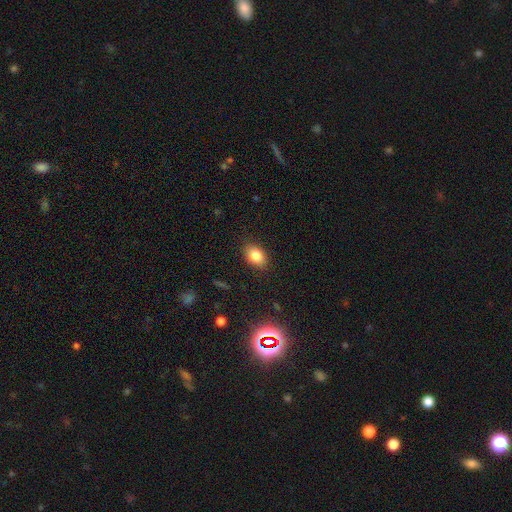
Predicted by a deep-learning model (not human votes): A smooth galaxy with no disk features (83%) that is in between round and cigar-shaped (80%).

Vote fractions:
- Smooth or featured? smooth: 83% / star or artifact: 10% / featured or disk: 8%
- How rounded? in between: 80% / round: 19% / cigar-shaped: 1%
- Merging? none: 86% / minor disturbance: 10% / major disturbance: 3% / merger: 1%